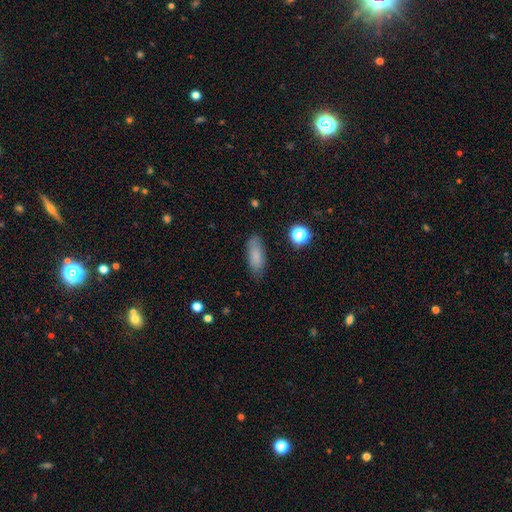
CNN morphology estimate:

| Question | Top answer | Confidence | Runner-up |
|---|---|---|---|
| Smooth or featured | smooth | 82% | star or artifact (9%) |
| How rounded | in between | 69% | cigar-shaped (28%) |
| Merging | none | 81% | minor disturbance (14%) |